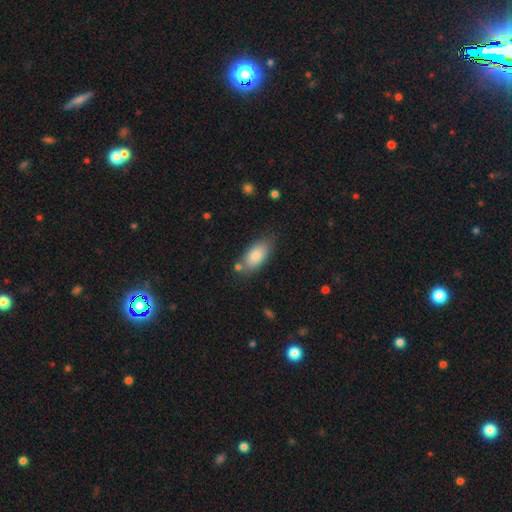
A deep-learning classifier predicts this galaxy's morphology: Smooth or featured?
  - smooth: 84% *
  - featured or disk: 10%
  - star or artifact: 7%
How rounded?
  - in between: 90% *
  - cigar-shaped: 7%
  - round: 3%
Merging?
  - none: 74% *
  - minor disturbance: 16%
  - merger: 6%
  - major disturbance: 4%